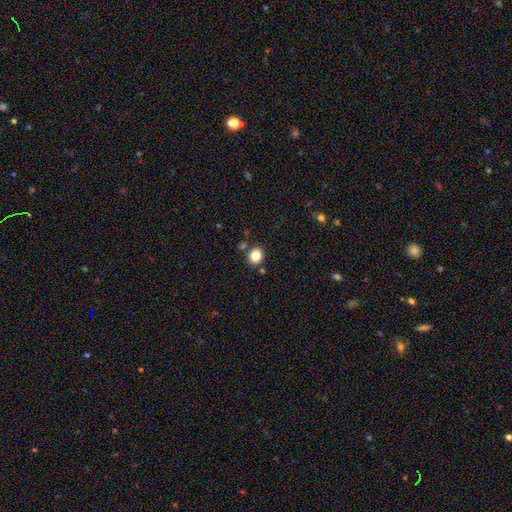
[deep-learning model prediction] This is clearly a smooth galaxy (84%). How rounded: likely round (74%). Merging: clearly none (84%).